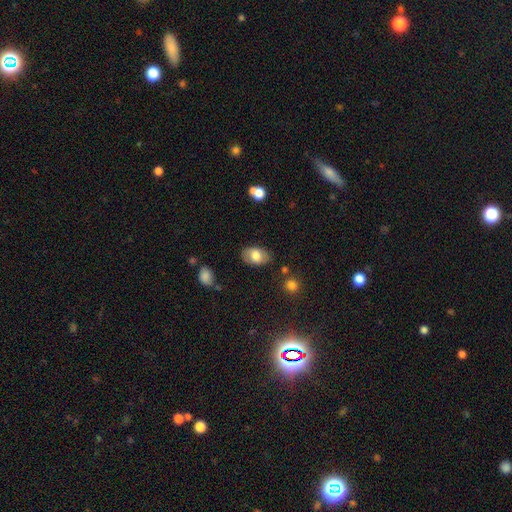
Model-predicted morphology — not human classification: smooth-or-featured: smooth: 71% | featured or disk: 22% | star or artifact: 7%
  how-rounded: in between: 90% | round: 9% | cigar-shaped: 1%
  merging: none: 77% | minor disturbance: 16% | major disturbance: 4% | merger: 3%